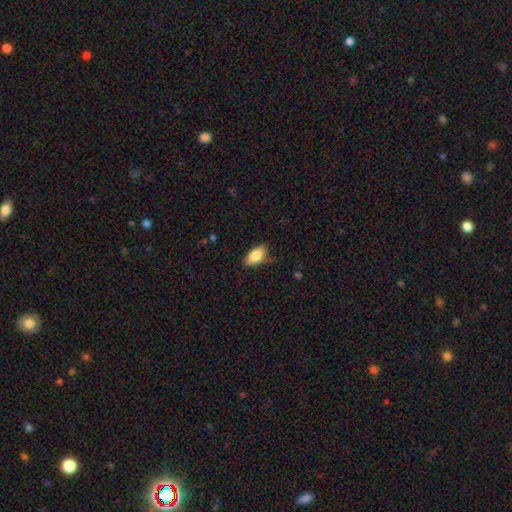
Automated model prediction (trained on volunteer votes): Morphology: type=smooth (83%); roundness=in between (91%); merging=none (74%).